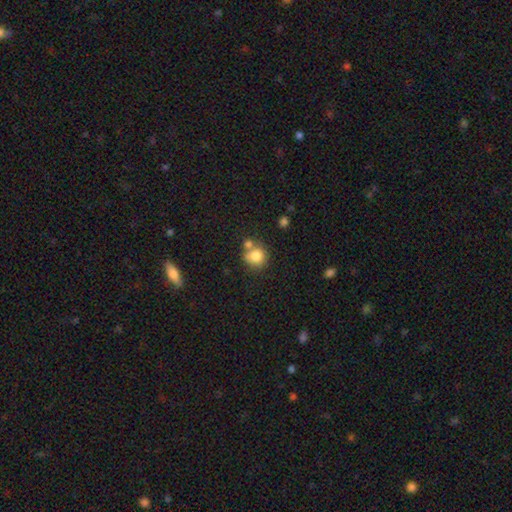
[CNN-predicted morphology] Smooth or featured? Predicted: smooth (p=0.80). How rounded? Predicted: round (p=0.83). Merging? Predicted: none (p=0.52).